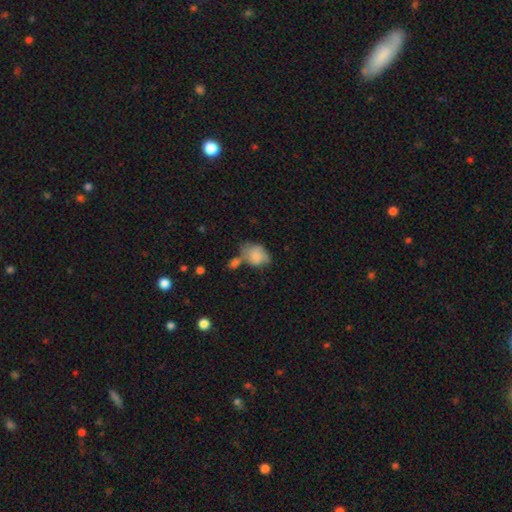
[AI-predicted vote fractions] A smooth galaxy with no disk features (76%) that is in between round and cigar-shaped (72%). Merging: none (34%).